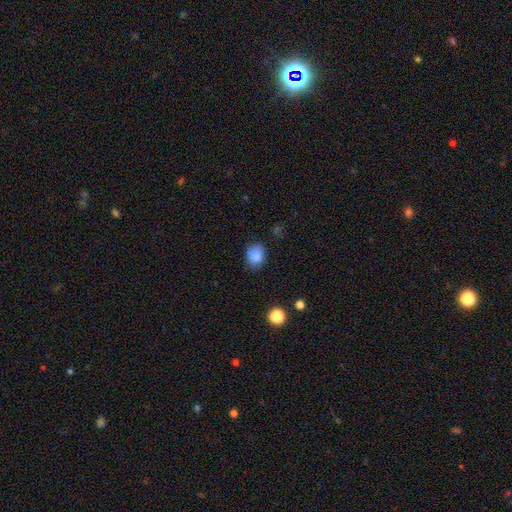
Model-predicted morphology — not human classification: Smooth or featured? Predicted: smooth (p=0.84). How rounded? Predicted: in between (p=0.56). Merging? Predicted: none (p=0.72).